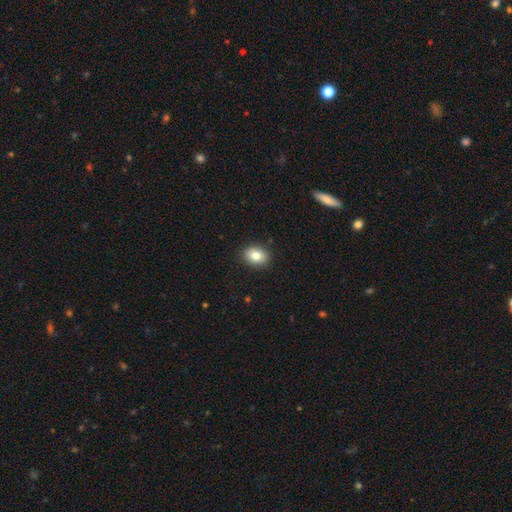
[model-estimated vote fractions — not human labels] This is clearly a smooth galaxy (82%). How rounded: likely in between (66%). Merging: clearly none (90%).